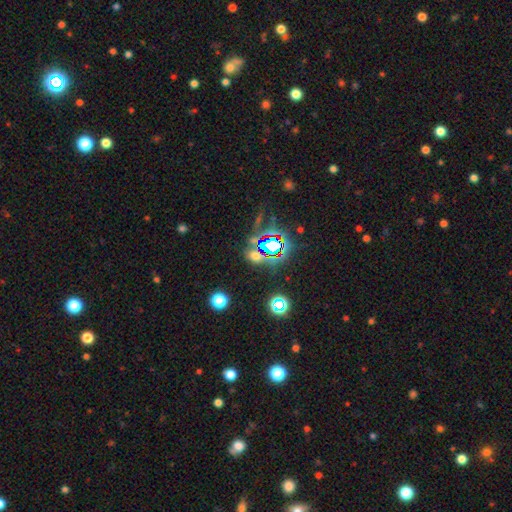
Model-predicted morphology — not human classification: Smooth or featured? star or artifact (55%)